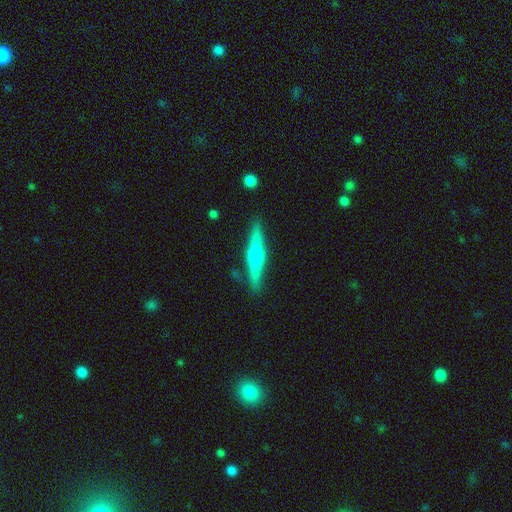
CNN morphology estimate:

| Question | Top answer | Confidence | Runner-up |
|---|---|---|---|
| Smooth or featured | featured or disk | 66% | smooth (28%) |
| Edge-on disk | yes | 97% | no (3%) |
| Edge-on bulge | rounded | 90% | boxy (6%) |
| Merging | none | 88% | minor disturbance (8%) |